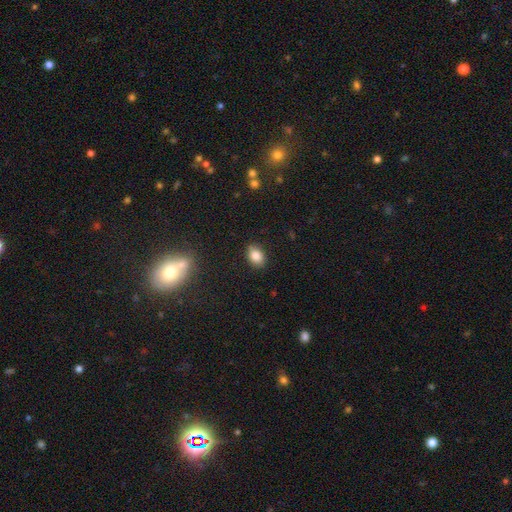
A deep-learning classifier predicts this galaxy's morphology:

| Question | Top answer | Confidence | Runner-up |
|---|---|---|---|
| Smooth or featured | smooth | 84% | star or artifact (10%) |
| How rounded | in between | 77% | round (21%) |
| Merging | none | 85% | minor disturbance (12%) |